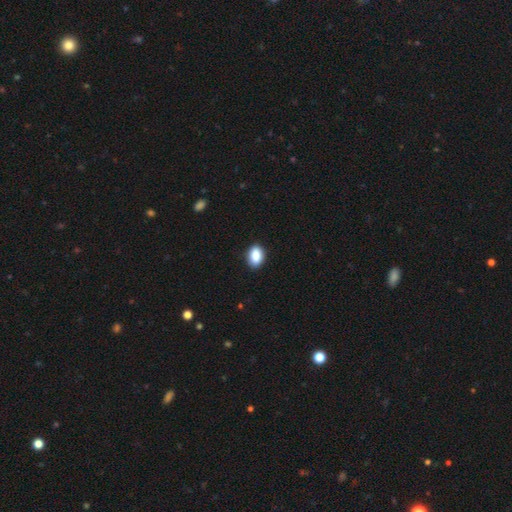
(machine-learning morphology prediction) Overall: smooth (88%). How rounded: in between (84%). Merging: none (88%).